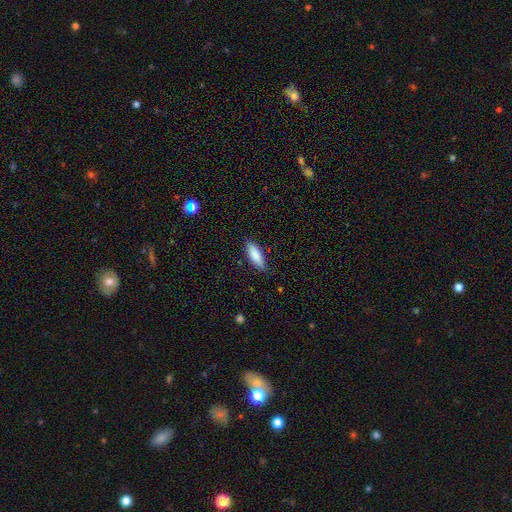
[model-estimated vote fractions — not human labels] smooth-or-featured: smooth: 83% | featured or disk: 11% | star or artifact: 6%
  how-rounded: in between: 62% | cigar-shaped: 37% | round: 2%
  merging: none: 84% | minor disturbance: 12% | major disturbance: 2% | merger: 1%